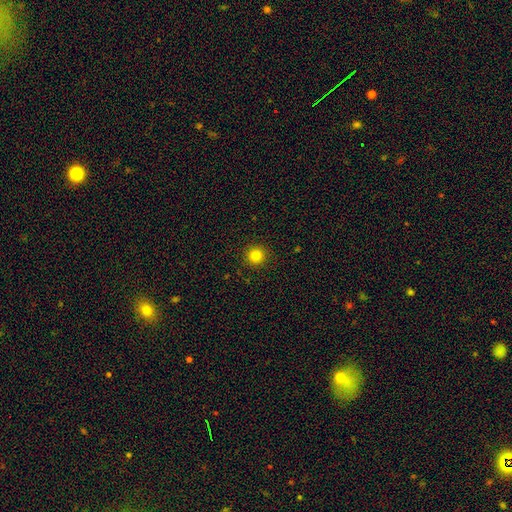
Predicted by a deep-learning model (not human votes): Smooth or featured? Predicted: smooth (p=0.83). How rounded? Predicted: round (p=0.95). Merging? Predicted: none (p=0.92).